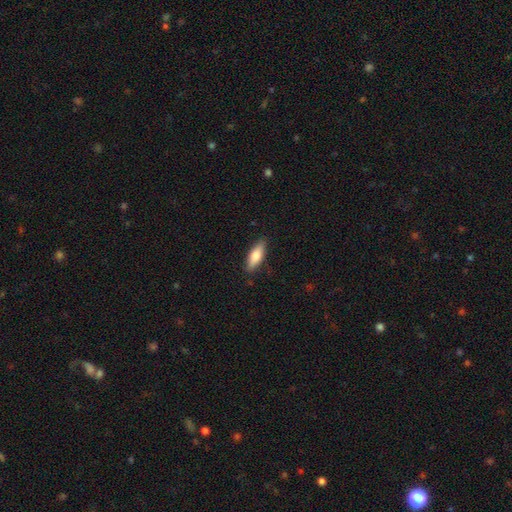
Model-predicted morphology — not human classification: Smooth or featured?
  - smooth: 77% *
  - featured or disk: 17%
  - star or artifact: 6%
How rounded?
  - in between: 60% *
  - cigar-shaped: 38%
  - round: 2%
Merging?
  - none: 86% *
  - minor disturbance: 11%
  - major disturbance: 2%
  - merger: 1%